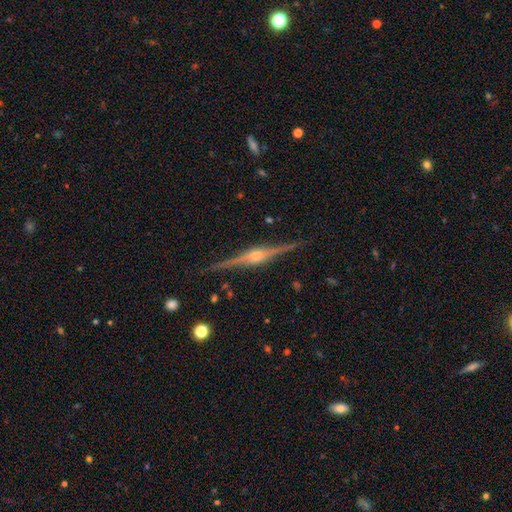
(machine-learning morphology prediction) Smooth or featured: featured or disk — 89% (smooth — 6%)
Edge-on disk: yes — 98% (no — 2%)
Edge-on bulge: rounded — 86% (boxy — 11%)
Merging: none — 90% (minor disturbance — 7%)